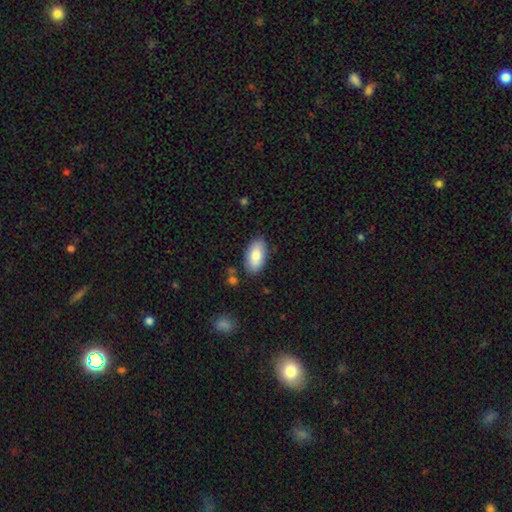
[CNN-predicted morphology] The model was most divided on "smooth or featured": smooth: 82%, featured or disk: 11%, star or artifact: 6%. More confident: how rounded — in between (94%); merging — none (84%).